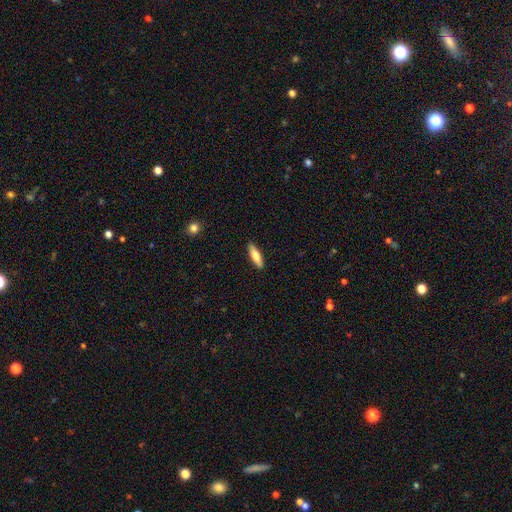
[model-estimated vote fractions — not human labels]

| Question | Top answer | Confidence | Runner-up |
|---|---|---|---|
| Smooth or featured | smooth | 66% | featured or disk (28%) |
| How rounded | cigar-shaped | 60% | in between (38%) |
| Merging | none | 89% | minor disturbance (8%) |